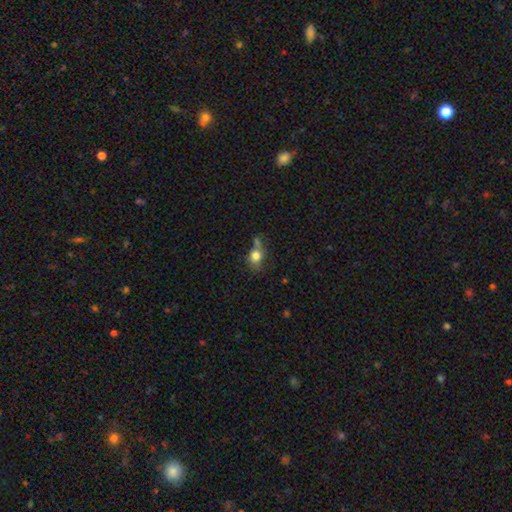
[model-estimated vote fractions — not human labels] Overall: smooth (78%). How rounded: round (51%; in between 47%). Merging: none (43%; merger 24%).